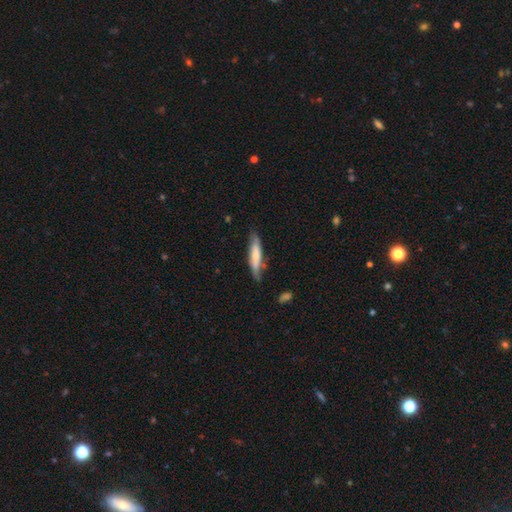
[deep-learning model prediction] Smooth or featured? Predicted: smooth (p=0.63). How rounded? Predicted: cigar-shaped (p=0.82). Merging? Predicted: none (p=0.69).